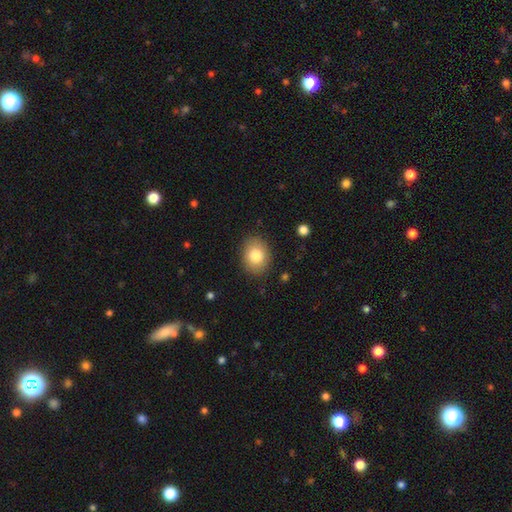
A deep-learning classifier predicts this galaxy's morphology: Q: Smooth or featured?
A: smooth (81%); runner-up: featured or disk (11%)
Q: How rounded?
A: in between (55%); runner-up: round (44%)
Q: Merging?
A: none (87%); runner-up: minor disturbance (9%)